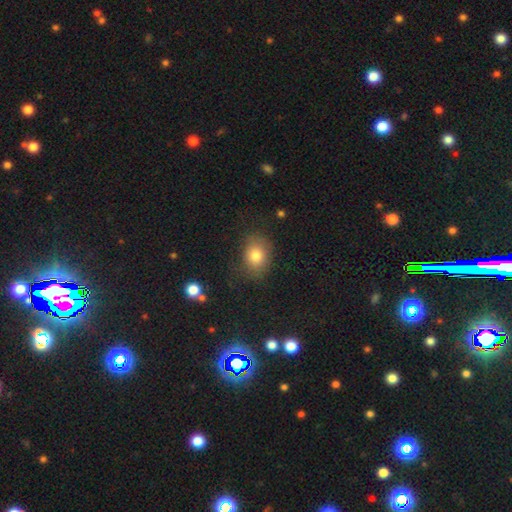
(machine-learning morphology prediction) smooth_or_featured: smooth (p=0.79) [alt: star or artifact p=0.11]
how_rounded: in between (p=0.57) [alt: round p=0.42]
merging: none (p=0.72) [alt: minor disturbance p=0.19]